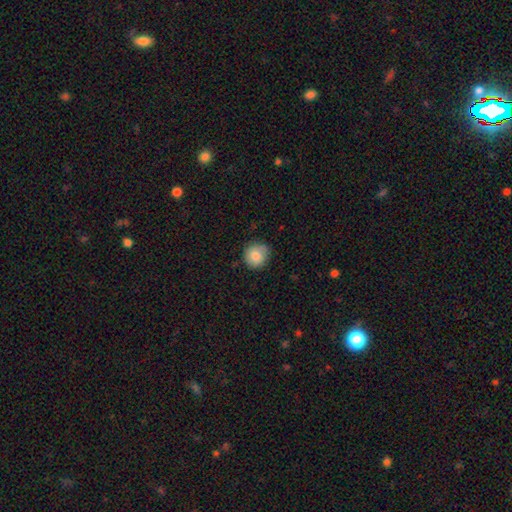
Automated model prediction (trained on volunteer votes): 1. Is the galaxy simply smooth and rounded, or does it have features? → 84% smooth, 8% featured or disk, 8% star or artifact.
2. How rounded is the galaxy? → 89% round, 10% in between, 1% cigar-shaped.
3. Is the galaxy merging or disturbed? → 76% none, 20% minor disturbance, 3% major disturbance, 1% merger.